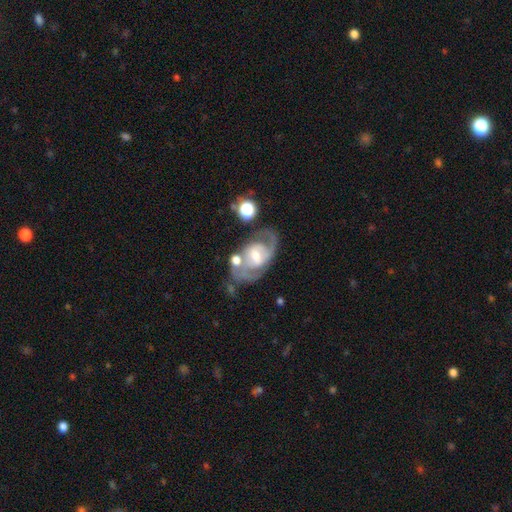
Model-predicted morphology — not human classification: featured or disk 83%, smooth 11%, star or artifact 6%. Down the decision tree: edge-on disk — no (96%); bar — weak (51%); spiral arms — yes (92%); spiral arm count — 2 (80%); spiral winding — medium (51%); bulge size — moderate (51%); merging — none (63%).